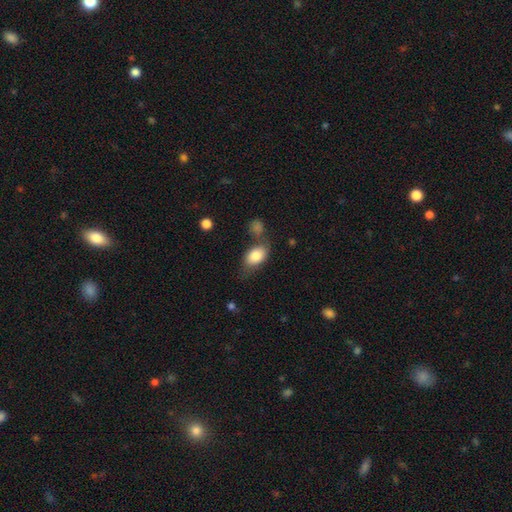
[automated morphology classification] smooth_or_featured: smooth (p=0.82) [alt: featured or disk p=0.11]
how_rounded: in between (p=0.87) [alt: round p=0.11]
merging: none (p=0.56) [alt: minor disturbance p=0.21]